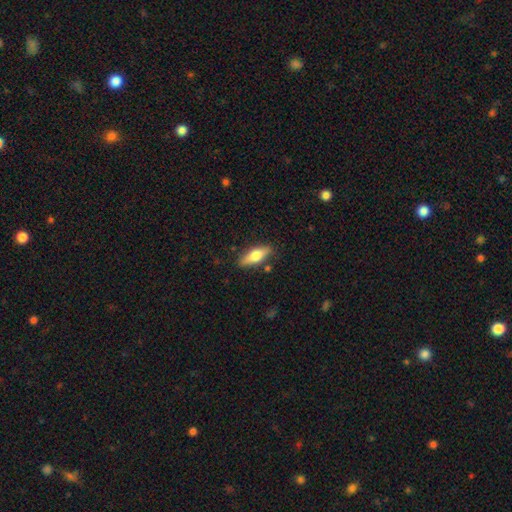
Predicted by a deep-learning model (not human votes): Smooth or featured? smooth (63%)
How rounded? in between (65%)
Merging? none (82%)